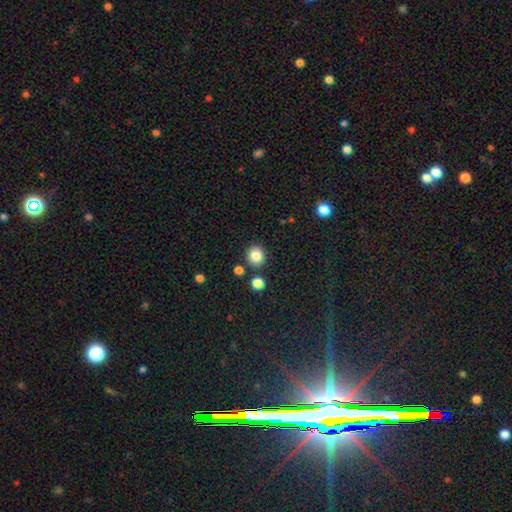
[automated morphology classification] type=smooth (84%); roundness=round (84%); merging=none (85%).